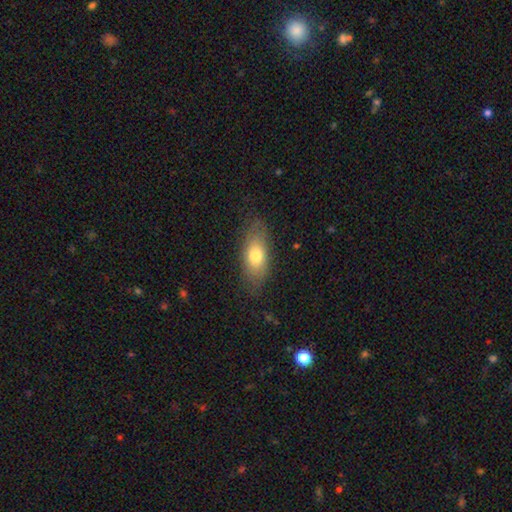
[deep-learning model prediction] This appears to be a smooth galaxy with no disk features (74%) that is in between round and cigar-shaped (84%). Merging: none (78%).